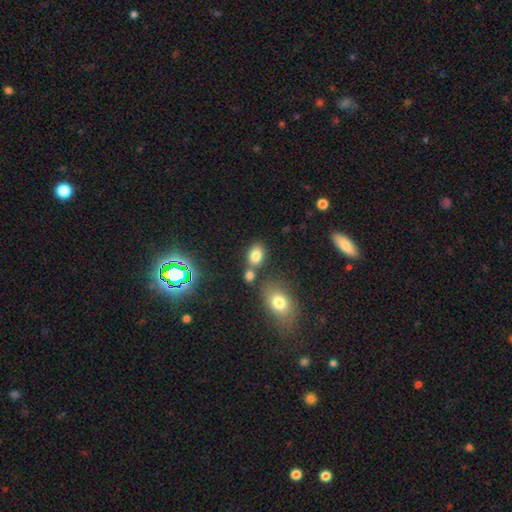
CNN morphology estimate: This is likely a smooth galaxy (78%). How rounded: likely in between (76%). Merging: likely none (64%).